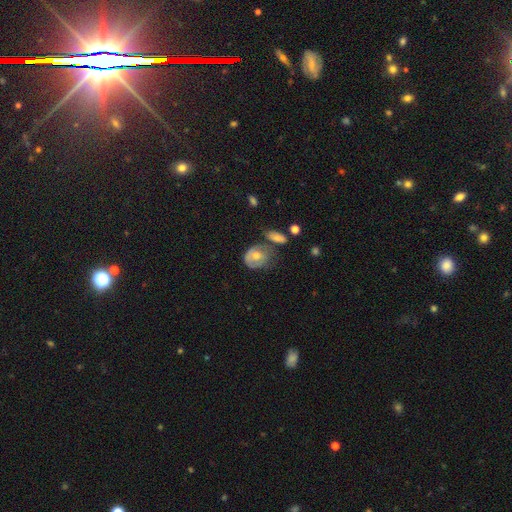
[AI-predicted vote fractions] This is possibly a featured or disk galaxy (47%). Merging: marginally none (44%).